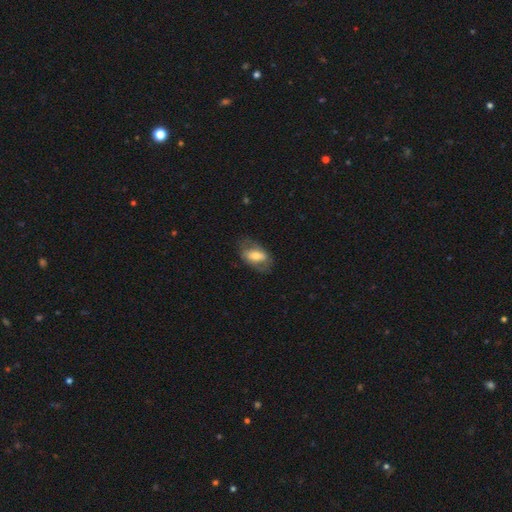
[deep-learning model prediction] Morphology: type=smooth (55%); roundness=in between (88%); merging=none (67%).